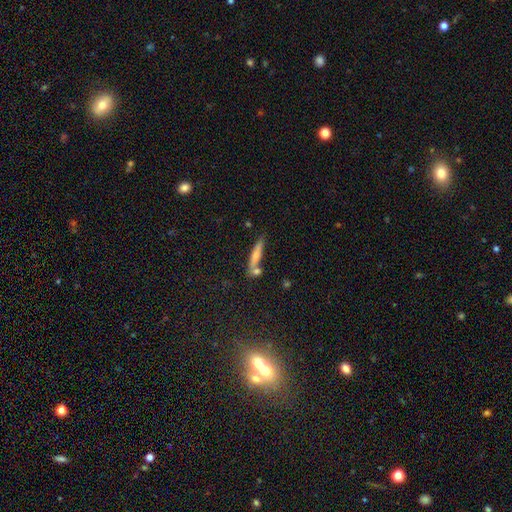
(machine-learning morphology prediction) This is likely a smooth galaxy (66%). How rounded: clearly cigar-shaped (88%). Merging: likely none (62%).